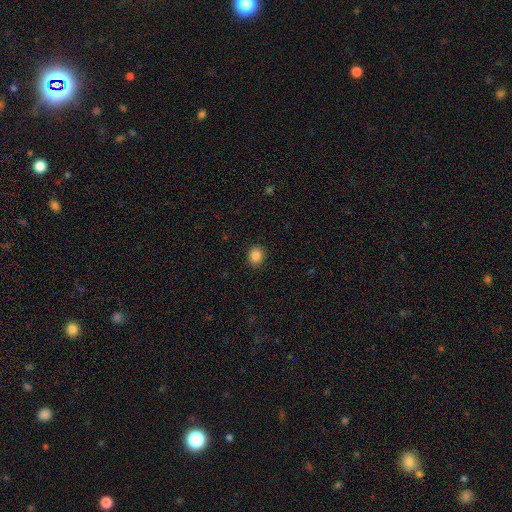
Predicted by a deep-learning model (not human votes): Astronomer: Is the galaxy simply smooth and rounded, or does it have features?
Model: smooth — 86%.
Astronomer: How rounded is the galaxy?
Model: round — 70%.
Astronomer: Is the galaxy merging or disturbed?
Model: none — 91%.